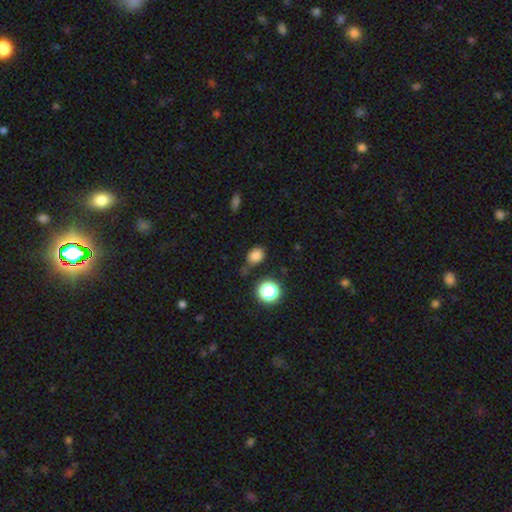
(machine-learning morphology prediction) This appears to be a smooth galaxy with no disk features (80%) that is in between round and cigar-shaped (49%, tied with round). Merging: none (65%).